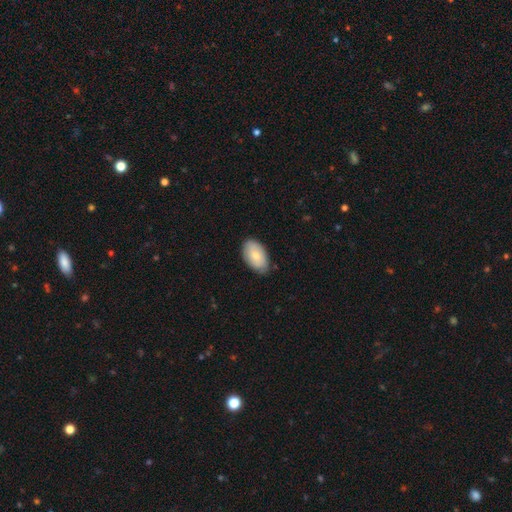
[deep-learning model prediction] This is likely a smooth galaxy (79%). How rounded: clearly in between (95%). Merging: clearly none (80%).